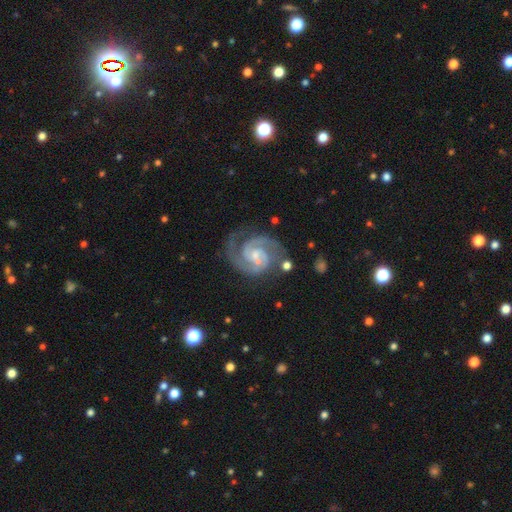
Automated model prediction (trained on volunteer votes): Smooth or featured? featured or disk (93%)
Edge-on disk? no (98%)
Bar? no (49%)
Spiral arms? yes (99%)
Spiral winding? tight (51%)
Spiral arm count? 2 (85%)
Bulge size? small (64%)
Merging? none (72%)